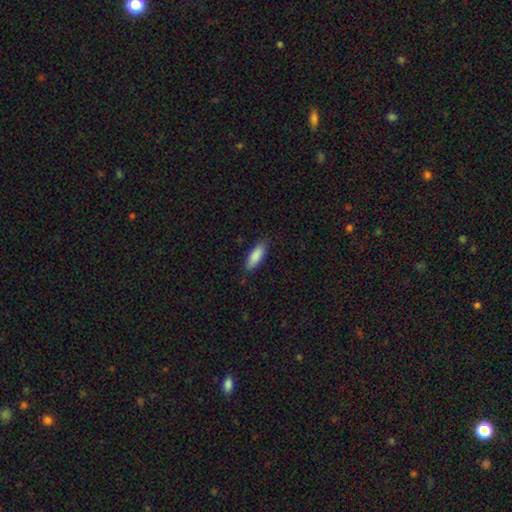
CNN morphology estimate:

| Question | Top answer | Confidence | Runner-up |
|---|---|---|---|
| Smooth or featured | smooth | 88% | featured or disk (6%) |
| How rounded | in between | 61% | cigar-shaped (37%) |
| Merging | none | 82% | minor disturbance (14%) |